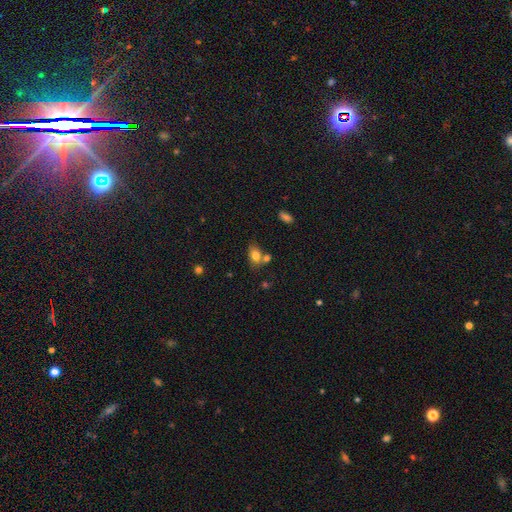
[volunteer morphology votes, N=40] Smooth or featured? smooth (72%)
How rounded? in between (90%)
Merging? none (49%)